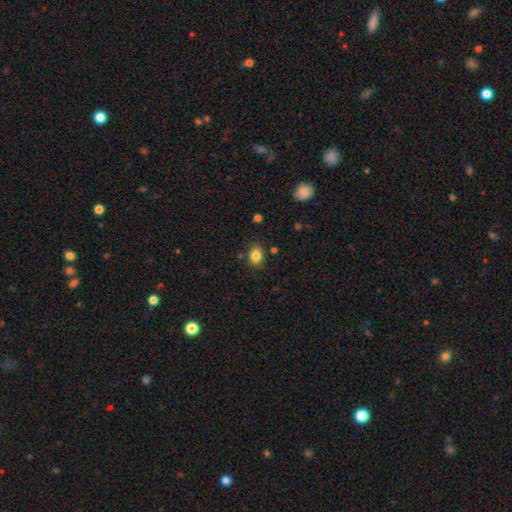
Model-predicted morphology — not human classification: Overall: smooth (85%). How rounded: in between (61%; round 38%). Merging: none (82%).